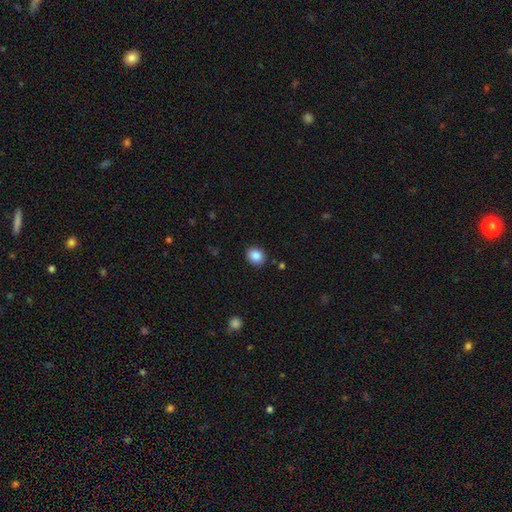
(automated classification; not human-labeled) This is clearly a smooth galaxy (87%). How rounded: likely round (63%). Merging: clearly none (87%).